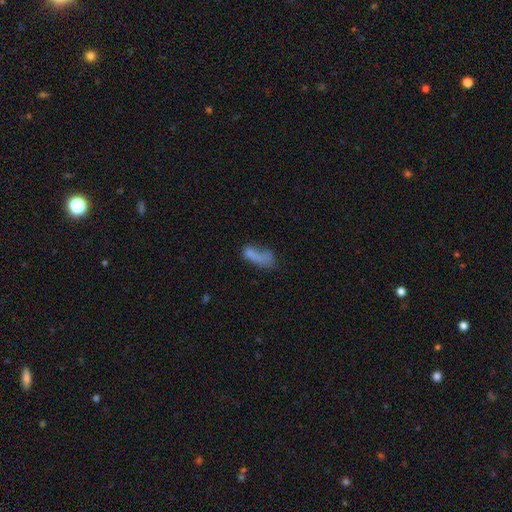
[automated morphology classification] This is likely a smooth galaxy (65%). How rounded: likely in between (71%). Merging: marginally major disturbance (31%).